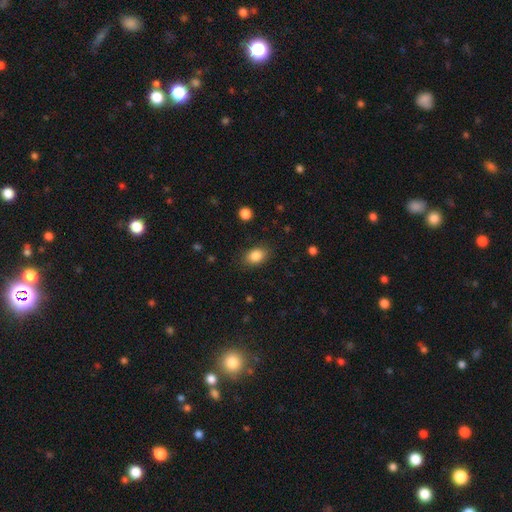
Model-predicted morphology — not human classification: smooth-or-featured: smooth: 85% | star or artifact: 9% | featured or disk: 6%
  how-rounded: in between: 79% | round: 20% | cigar-shaped: 1%
  merging: none: 85% | minor disturbance: 11% | major disturbance: 3% | merger: 1%